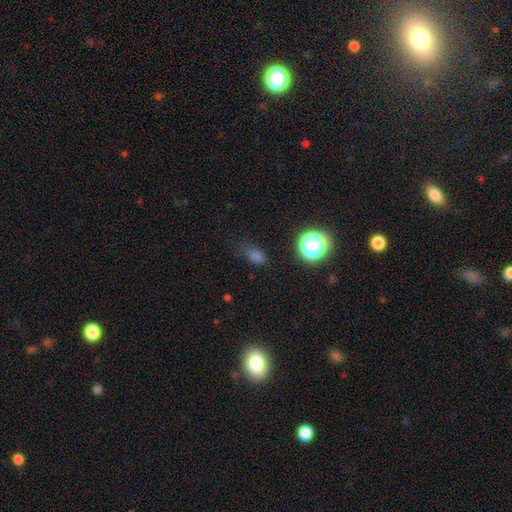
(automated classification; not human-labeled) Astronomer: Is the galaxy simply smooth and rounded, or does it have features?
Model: smooth — 70%.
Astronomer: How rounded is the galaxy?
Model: in between — 69%.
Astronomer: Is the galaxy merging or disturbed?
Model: none — 64%.